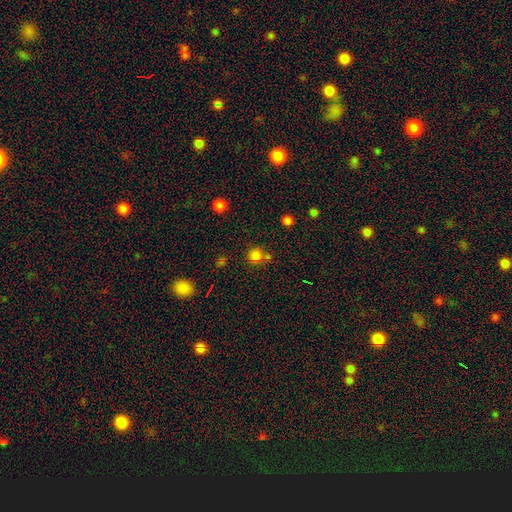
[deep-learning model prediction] smooth 76%, star or artifact 18%, featured or disk 6%. Down the decision tree: how rounded — round (89%); merging — none (63%).